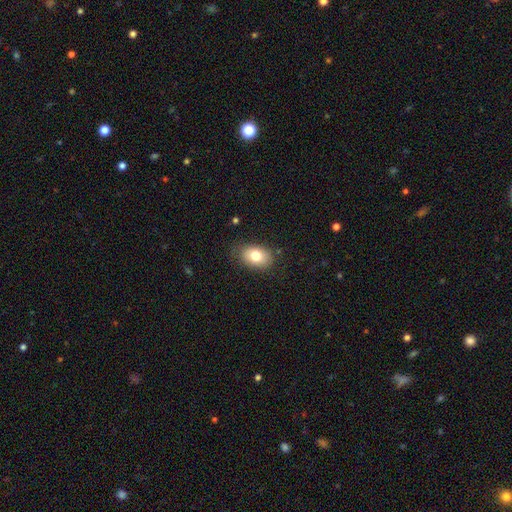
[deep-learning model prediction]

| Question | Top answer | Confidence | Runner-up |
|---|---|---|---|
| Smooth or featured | smooth | 78% | featured or disk (13%) |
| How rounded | in between | 82% | round (17%) |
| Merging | none | 80% | minor disturbance (15%) |